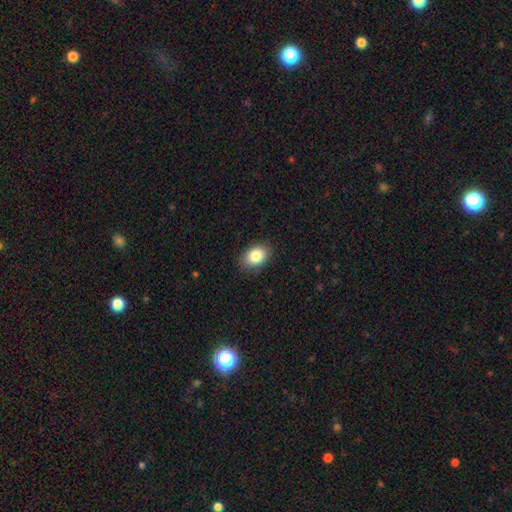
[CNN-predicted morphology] A smooth galaxy with no disk features (85%) that is in between round and cigar-shaped (79%). Merging: none (87%).